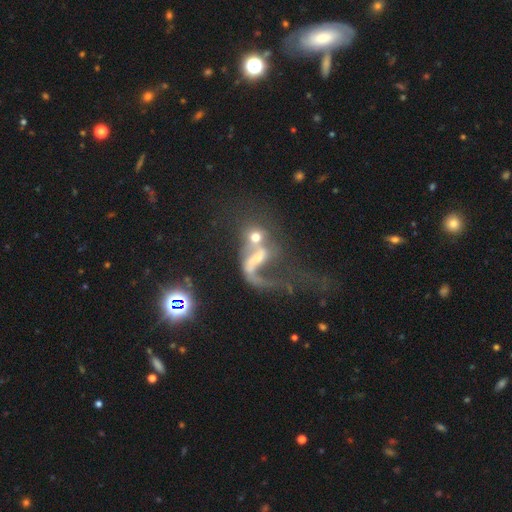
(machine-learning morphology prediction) Smooth or featured: featured or disk — 63% (smooth — 21%)
Edge-on disk: no — 93% (yes — 7%)
Bar: no — 52% (weak — 30%)
Spiral arms: yes — 61% (no — 39%)
Bulge size: small — 36% (moderate — 33%)
Merging: merger — 50% (major disturbance — 29%)